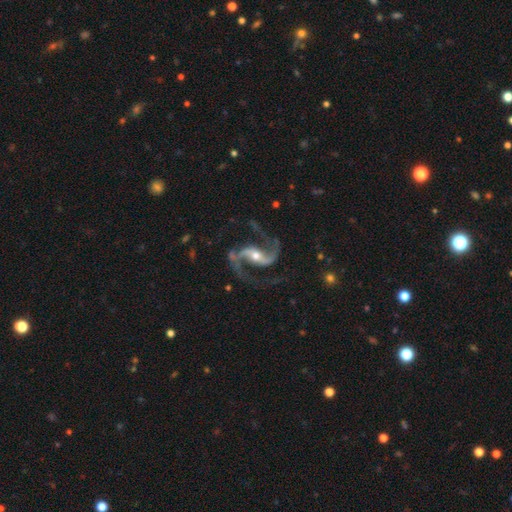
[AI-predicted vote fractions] smooth_or_featured: featured or disk (p=0.94) [alt: star or artifact p=0.04]
disk_edge_on: no (p=0.98) [alt: yes p=0.02]
bar: strong (p=0.44) [alt: weak p=0.35]
has_spiral_arms: yes (p=0.99) [alt: no p=0.01]
spiral_winding: medium (p=0.52) [alt: loose p=0.40]
spiral_arm_count: 2 (p=0.94) [alt: 3 p=0.01]
bulge_size: moderate (p=0.53) [alt: small p=0.41]
merging: none (p=0.78) [alt: minor disturbance p=0.13]